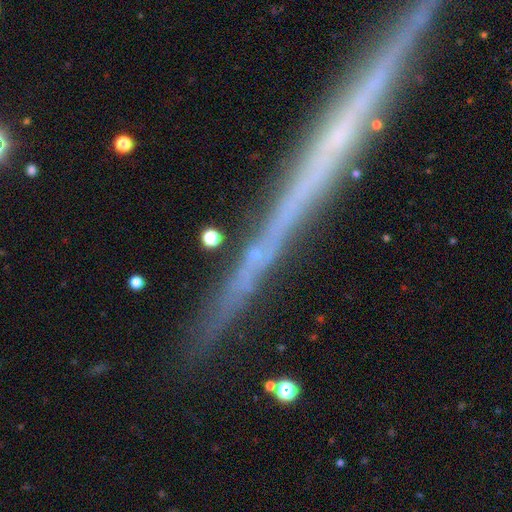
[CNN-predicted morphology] Overall: featured or disk (49%; star or artifact 28%). Merging: none (81%).